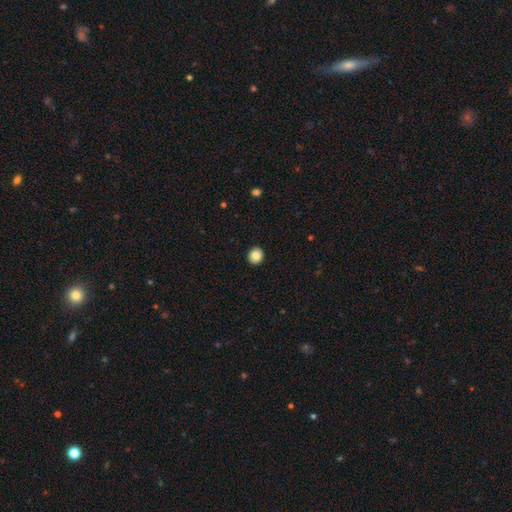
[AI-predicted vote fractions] Smooth or featured?
  - smooth: 85% *
  - star or artifact: 9%
  - featured or disk: 6%
How rounded?
  - round: 83% *
  - in between: 16%
  - cigar-shaped: 1%
Merging?
  - none: 92% *
  - minor disturbance: 6%
  - major disturbance: 2%
  - merger: 1%